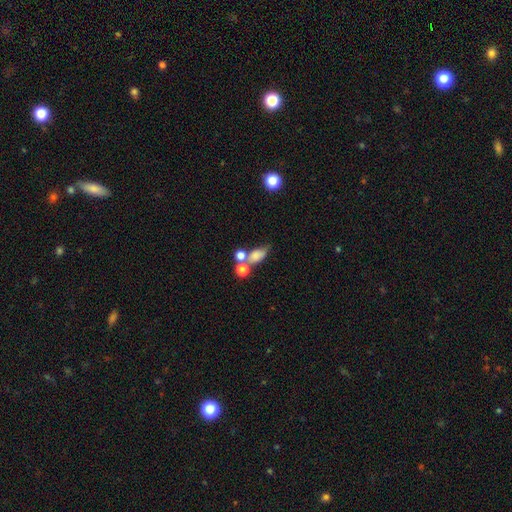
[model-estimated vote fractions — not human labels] A smooth galaxy with no disk features (73%) that is in between round and cigar-shaped (67%). Merging: merger (42%).